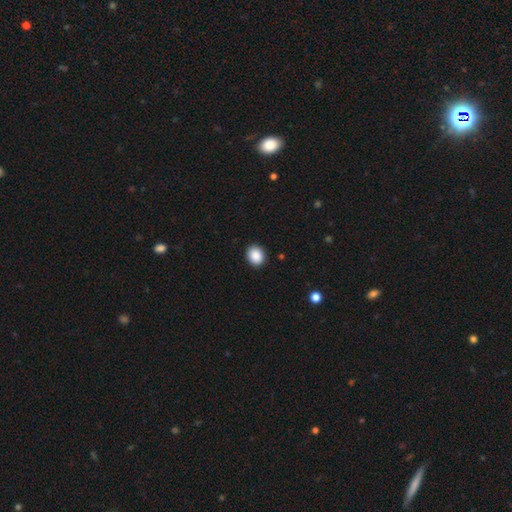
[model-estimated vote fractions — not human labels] Smooth or featured? smooth (89%)
How rounded? round (61%)
Merging? none (90%)